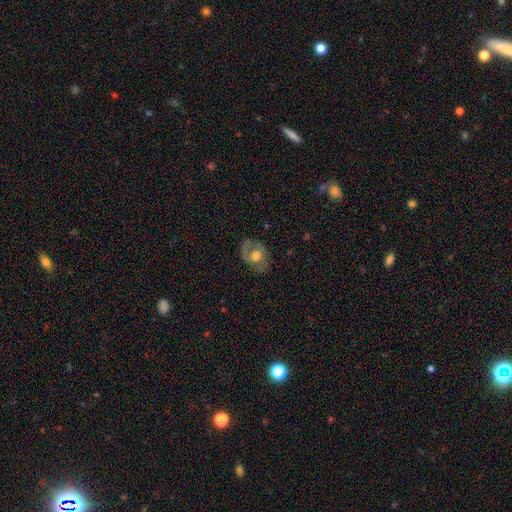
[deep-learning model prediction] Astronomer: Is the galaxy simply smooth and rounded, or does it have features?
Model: featured or disk — 51% (runner-up: smooth, 41%).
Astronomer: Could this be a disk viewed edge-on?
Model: no — 94%.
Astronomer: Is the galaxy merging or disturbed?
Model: none — 69%.